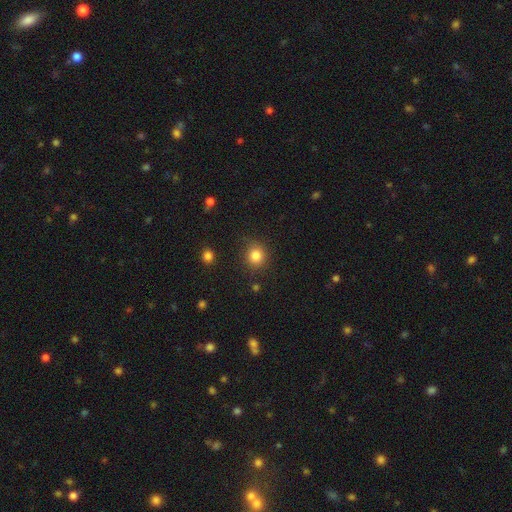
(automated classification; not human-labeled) This appears to be a smooth galaxy with no disk features (83%) that is round (88%). Merging: none (84%).